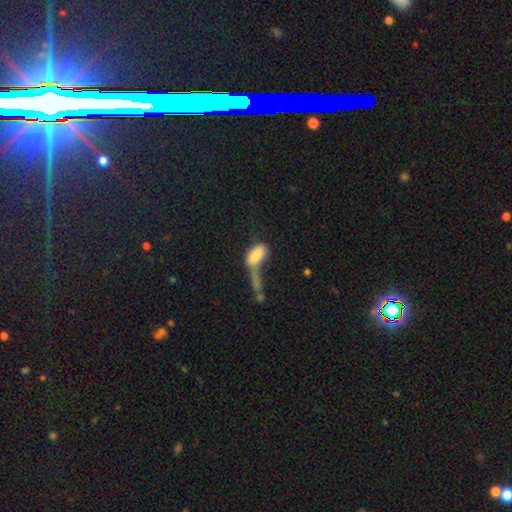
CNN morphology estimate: smooth_or_featured: smooth (p=0.77) [alt: featured or disk p=0.14]
how_rounded: in between (p=0.88) [alt: cigar-shaped p=0.07]
merging: merger (p=0.43) [alt: major disturbance p=0.27]